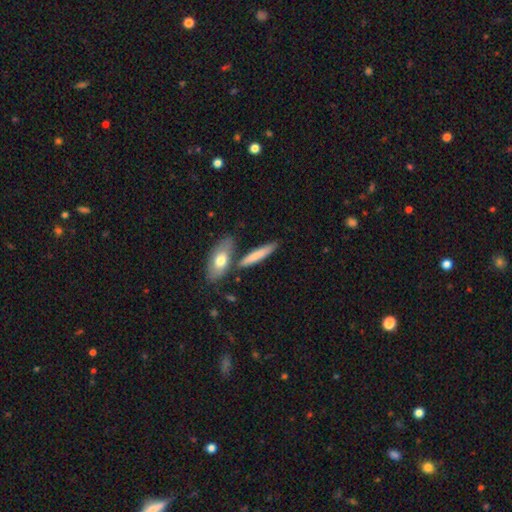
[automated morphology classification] This is likely a smooth galaxy (71%). How rounded: likely cigar-shaped (80%). Merging: likely none (73%).